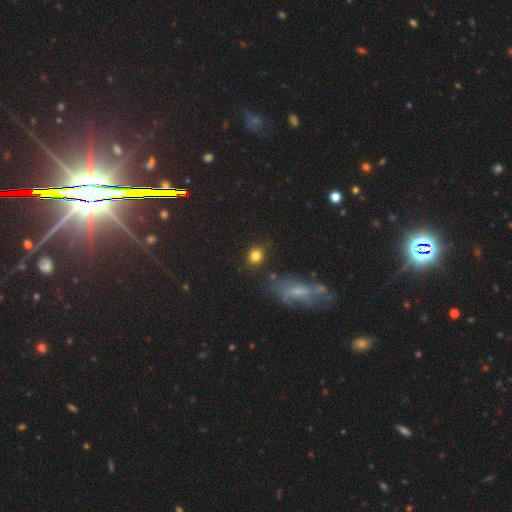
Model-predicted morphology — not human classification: Smooth or featured: smooth — 82% (star or artifact — 11%)
How rounded: round — 62% (in between — 37%)
Merging: none — 82% (minor disturbance — 11%)